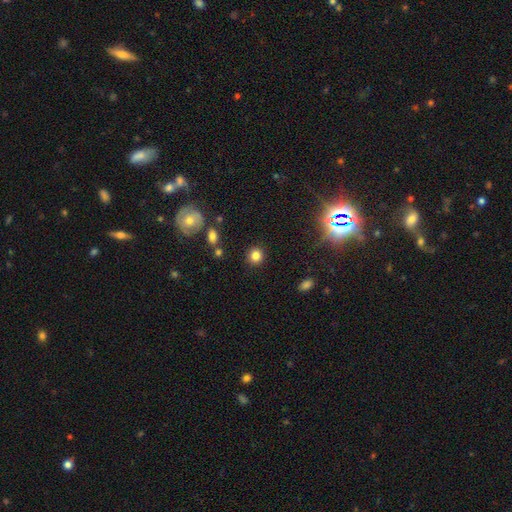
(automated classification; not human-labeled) Smooth or featured?
  - smooth: 82% *
  - star or artifact: 12%
  - featured or disk: 6%
How rounded?
  - round: 89% *
  - in between: 10%
  - cigar-shaped: 1%
Merging?
  - none: 89% *
  - minor disturbance: 6%
  - major disturbance: 2%
  - merger: 2%